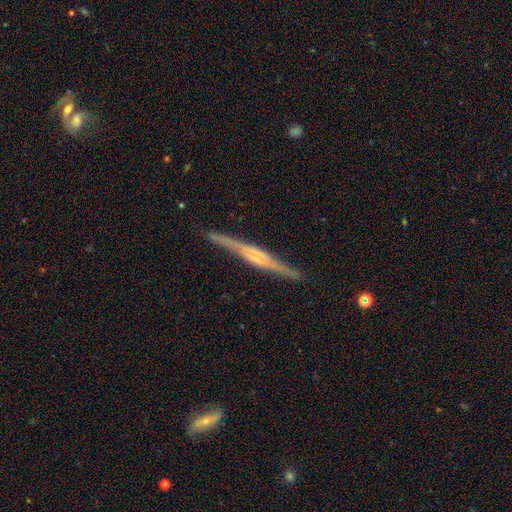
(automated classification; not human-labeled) A featured or disk galaxy (80%) viewed edge-on (97%) with a rounded central bulge (51%). Merging: none (87%).